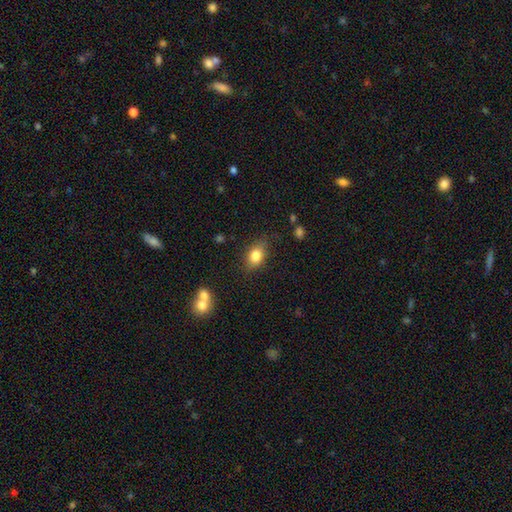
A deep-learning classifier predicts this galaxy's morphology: Q: Smooth or featured?
A: smooth (81%); runner-up: featured or disk (10%)
Q: How rounded?
A: in between (74%); runner-up: round (23%)
Q: Merging?
A: none (76%); runner-up: minor disturbance (17%)